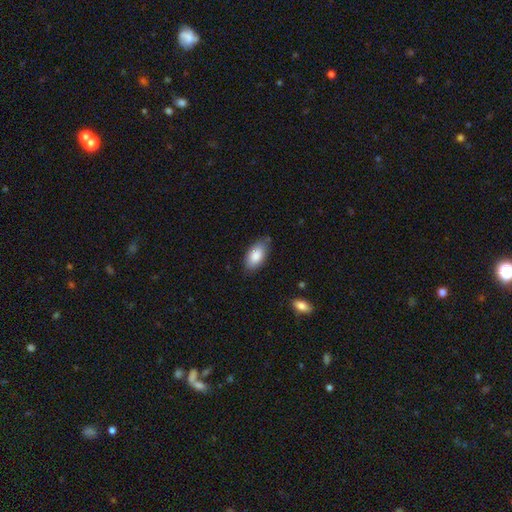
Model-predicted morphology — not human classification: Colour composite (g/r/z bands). It shows a smooth galaxy with no disk features (86%) that is in between round and cigar-shaped (93%). Merging: none (79%).